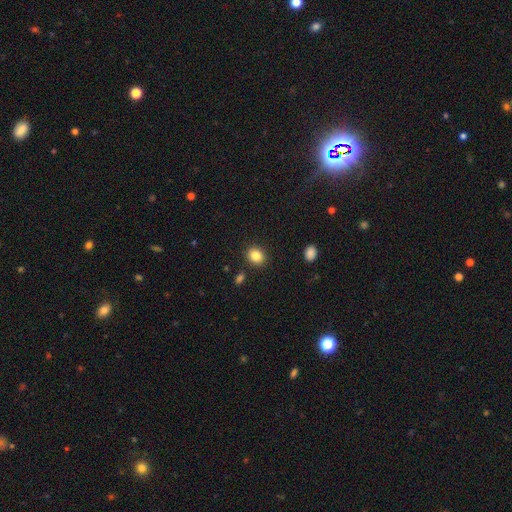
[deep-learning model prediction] smooth_or_featured: smooth (p=0.85) [alt: star or artifact p=0.10]
how_rounded: round (p=0.66) [alt: in between p=0.33]
merging: none (p=0.88) [alt: minor disturbance p=0.07]